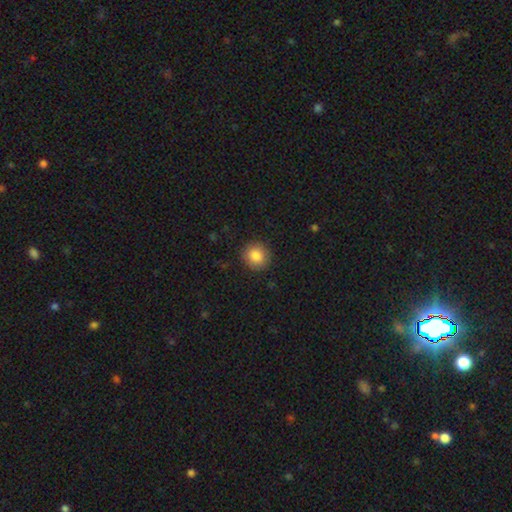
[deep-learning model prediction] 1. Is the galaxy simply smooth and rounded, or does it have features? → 85% smooth, 9% star or artifact, 6% featured or disk.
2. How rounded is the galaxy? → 88% round, 11% in between, 1% cigar-shaped.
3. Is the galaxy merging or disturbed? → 90% none, 7% minor disturbance, 2% major disturbance, 1% merger.